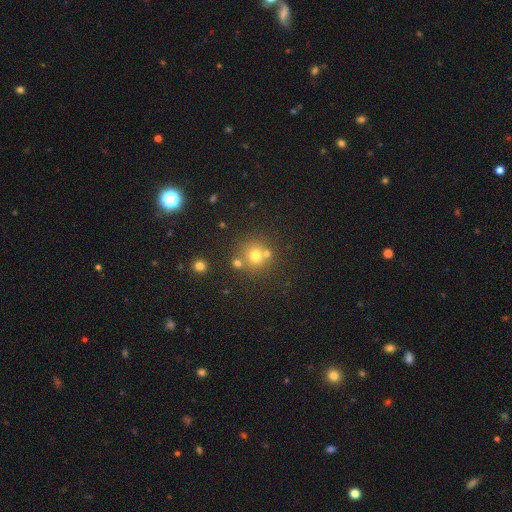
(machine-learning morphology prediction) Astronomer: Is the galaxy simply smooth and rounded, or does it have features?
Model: smooth — 70%.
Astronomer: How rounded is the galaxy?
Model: round — 91%.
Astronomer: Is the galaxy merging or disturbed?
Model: none — 67%.